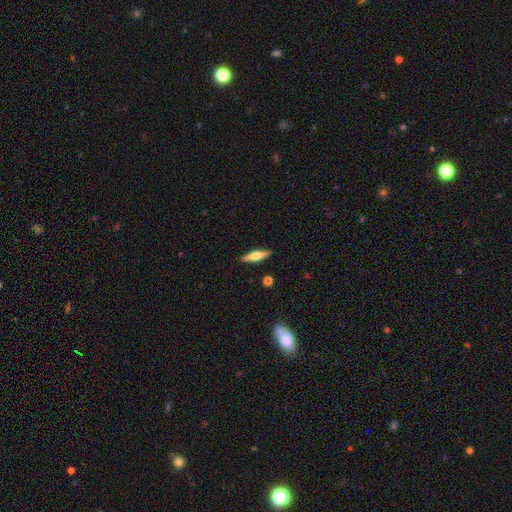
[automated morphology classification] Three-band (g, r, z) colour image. It shows a featured or disk galaxy (52%) viewed edge-on (95%). Merging: none (89%).